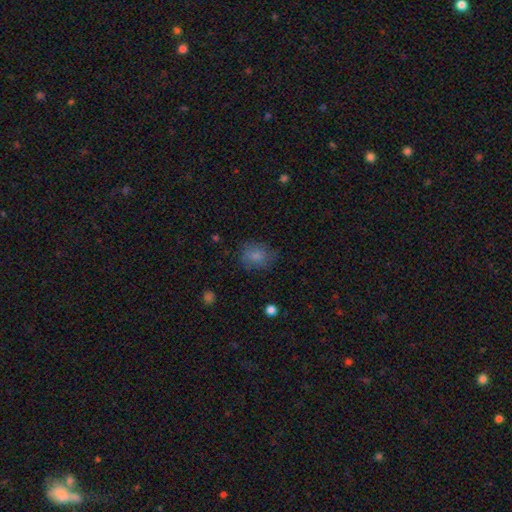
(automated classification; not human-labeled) Smooth or featured: smooth — 79% (featured or disk — 11%)
How rounded: round — 53% (in between — 46%)
Merging: none — 70% (minor disturbance — 20%)